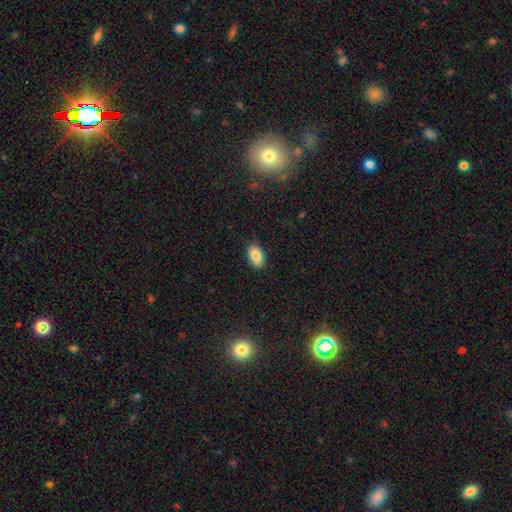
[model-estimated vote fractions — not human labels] Smooth or featured?
  - smooth: 87% *
  - star or artifact: 7%
  - featured or disk: 6%
How rounded?
  - in between: 93% *
  - round: 5%
  - cigar-shaped: 2%
Merging?
  - none: 89% *
  - minor disturbance: 8%
  - major disturbance: 2%
  - merger: 1%